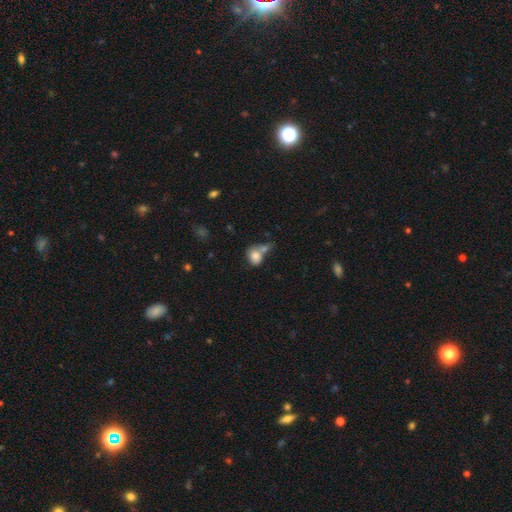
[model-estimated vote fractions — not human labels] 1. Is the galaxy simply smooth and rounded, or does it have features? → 79% smooth, 13% featured or disk, 9% star or artifact.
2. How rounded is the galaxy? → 49% round (tied), 49% in between (tied), 1% cigar-shaped.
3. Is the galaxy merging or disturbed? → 45% merger, 33% none, 14% minor disturbance, 8% major disturbance.